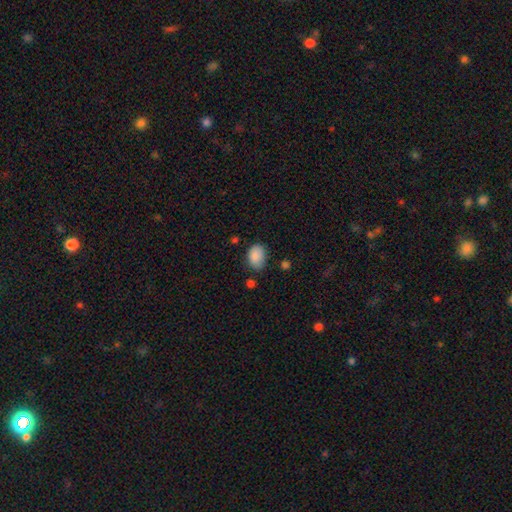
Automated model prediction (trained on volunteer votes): Smooth or featured: smooth — 88% (star or artifact — 8%)
How rounded: in between — 81% (round — 18%)
Merging: none — 70% (minor disturbance — 22%)